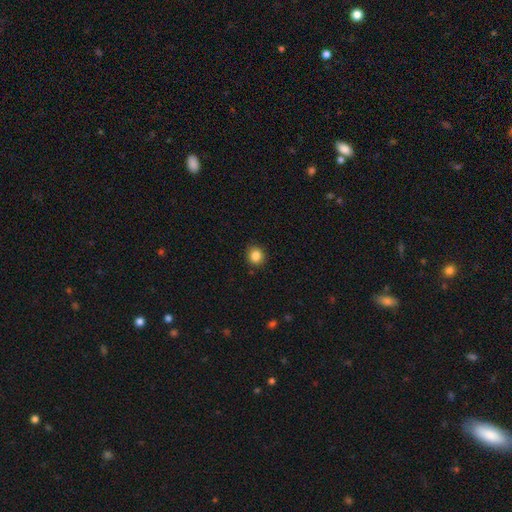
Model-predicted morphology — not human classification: This appears to be a smooth galaxy with no disk features (85%) that is round (84%). Merging: none (89%).